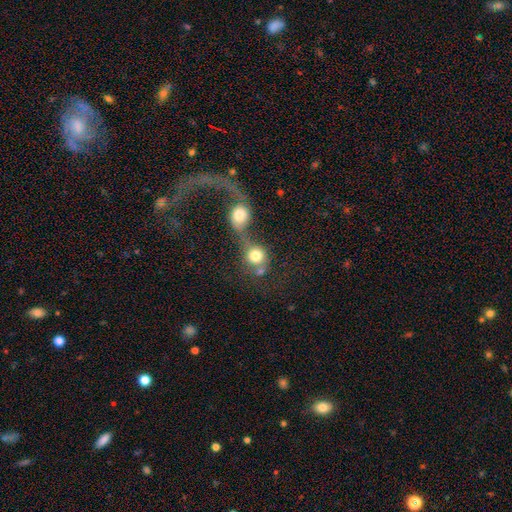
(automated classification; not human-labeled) This appears to be a smooth galaxy with no disk features (76%) that is round (82%). Merging: merger (64%).